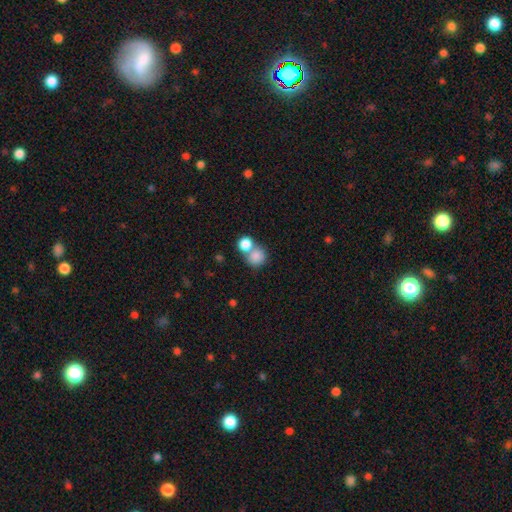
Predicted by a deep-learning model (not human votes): Q: Smooth or featured?
A: smooth (82%); runner-up: star or artifact (10%)
Q: How rounded?
A: round (84%); runner-up: in between (15%)
Q: Merging?
A: merger (46%); runner-up: none (43%)